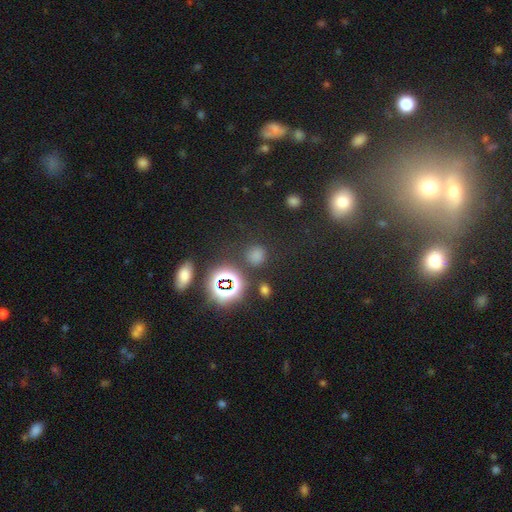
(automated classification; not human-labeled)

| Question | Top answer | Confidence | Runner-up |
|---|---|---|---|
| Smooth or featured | smooth | 63% | star or artifact (31%) |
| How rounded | round | 86% | in between (12%) |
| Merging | none | 81% | minor disturbance (10%) |